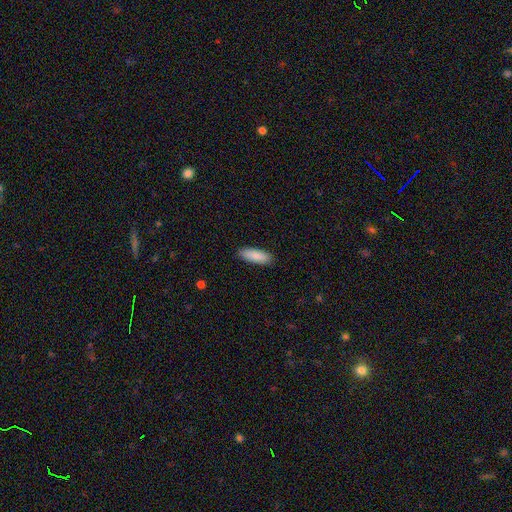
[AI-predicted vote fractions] smooth-or-featured: smooth: 89% | star or artifact: 6% | featured or disk: 5%
  how-rounded: in between: 60% | cigar-shaped: 38% | round: 2%
  merging: none: 89% | minor disturbance: 8% | major disturbance: 2% | merger: 1%